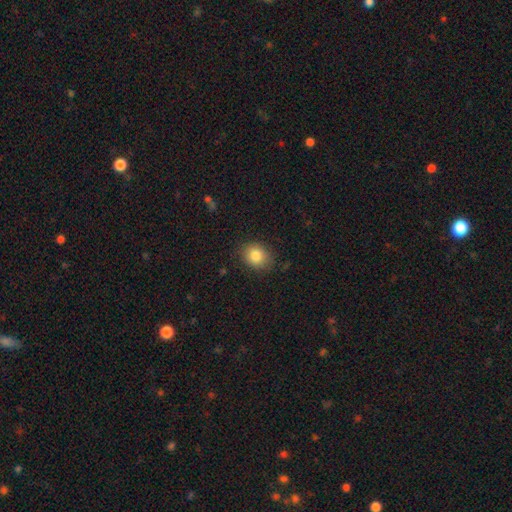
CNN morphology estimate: Smooth or featured?
  - smooth: 84% *
  - star or artifact: 10%
  - featured or disk: 7%
How rounded?
  - round: 65% *
  - in between: 34%
  - cigar-shaped: 1%
Merging?
  - none: 84% *
  - minor disturbance: 12%
  - major disturbance: 3%
  - merger: 1%